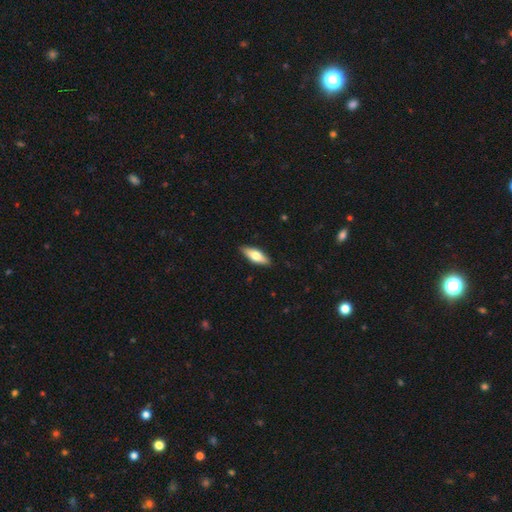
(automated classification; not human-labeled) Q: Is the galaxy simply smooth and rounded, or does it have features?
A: smooth — 65%.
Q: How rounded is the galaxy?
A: in between — 65%.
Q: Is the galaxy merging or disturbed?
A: none — 89%.